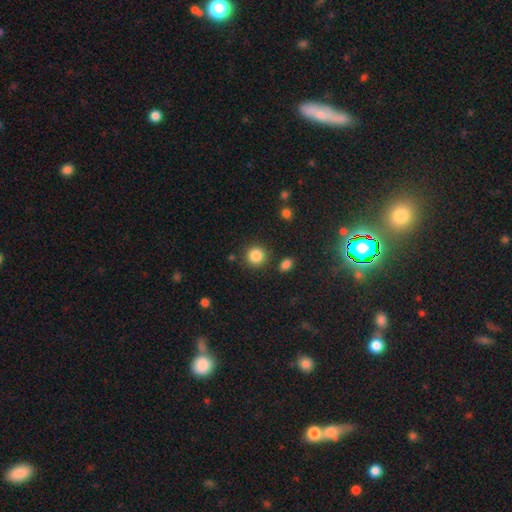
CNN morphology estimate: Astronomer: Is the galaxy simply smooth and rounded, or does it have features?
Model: smooth — 86%.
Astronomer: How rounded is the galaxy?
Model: round — 91%.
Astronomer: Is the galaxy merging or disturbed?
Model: none — 85%.